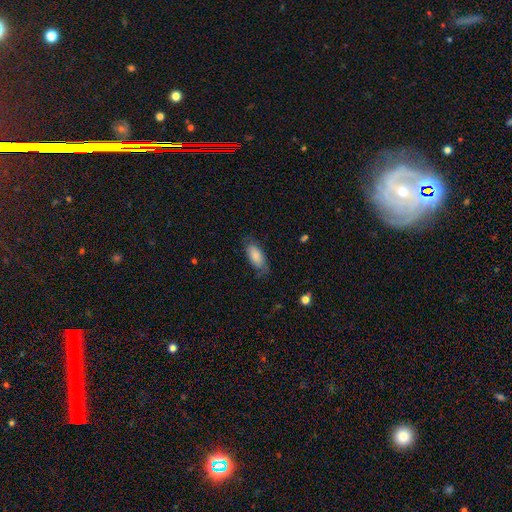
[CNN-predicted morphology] smooth_or_featured: smooth (p=0.80) [alt: featured or disk p=0.13]
how_rounded: in between (p=0.88) [alt: cigar-shaped p=0.10]
merging: none (p=0.65) [alt: minor disturbance p=0.25]